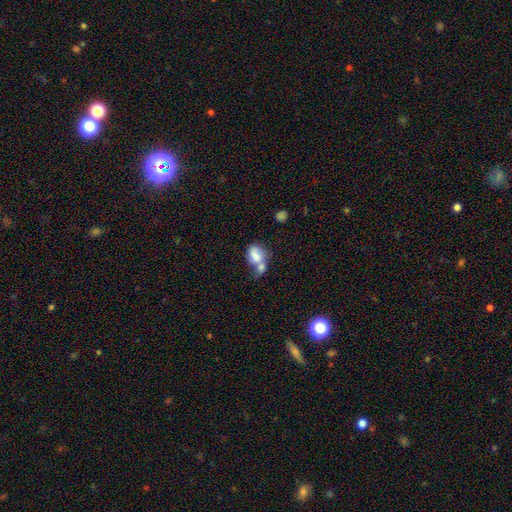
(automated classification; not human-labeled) Q: Smooth or featured?
A: smooth (73%); runner-up: featured or disk (19%)
Q: How rounded?
A: in between (72%); runner-up: round (26%)
Q: Merging?
A: merger (64%); runner-up: none (17%)